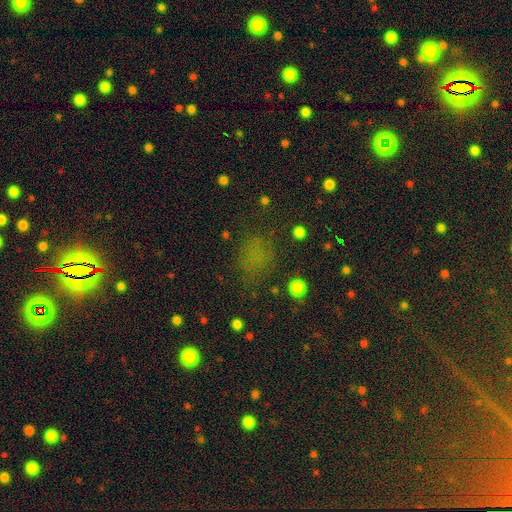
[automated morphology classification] Smooth or featured? Predicted: smooth (p=0.56). How rounded? Predicted: in between (p=0.56). Merging? Predicted: none (p=0.68).